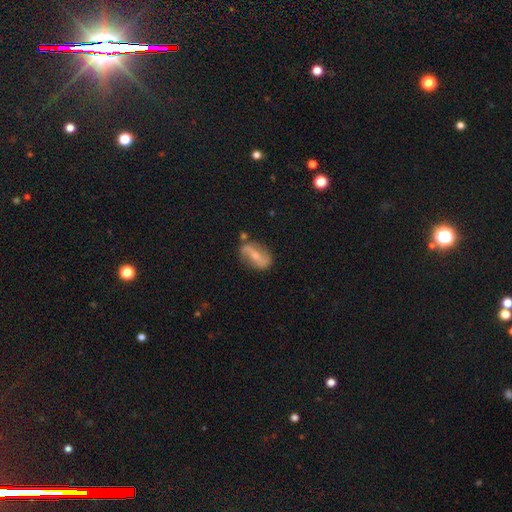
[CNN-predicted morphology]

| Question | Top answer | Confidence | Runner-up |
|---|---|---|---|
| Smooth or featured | featured or disk | 66% | smooth (27%) |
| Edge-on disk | no | 90% | yes (10%) |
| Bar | strong | 47% | weak (29%) |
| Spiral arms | yes | 77% | no (23%) |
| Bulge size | small | 54% | moderate (39%) |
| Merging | none | 72% | minor disturbance (18%) |